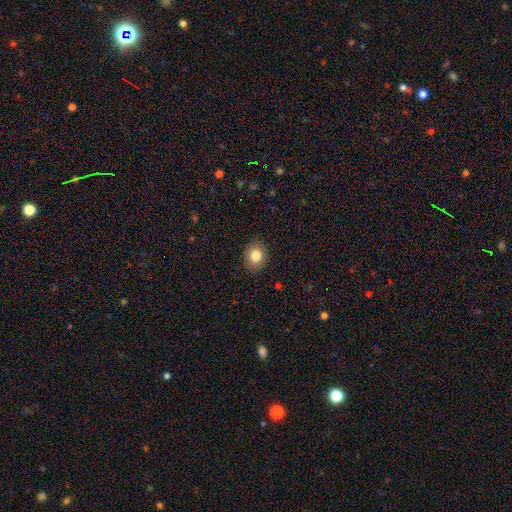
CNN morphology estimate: type=smooth (83%); roundness=round (63%); merging=none (88%).